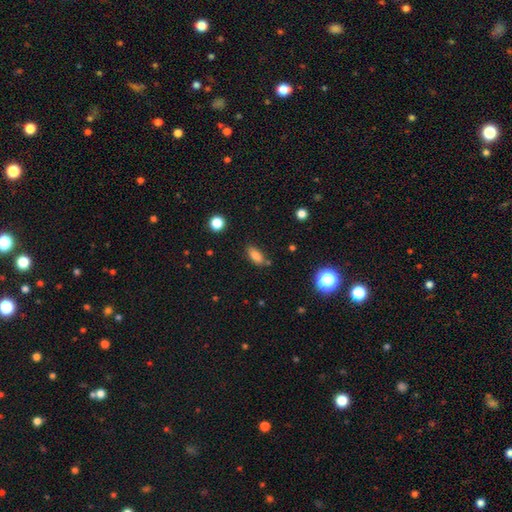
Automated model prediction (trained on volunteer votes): The model was most divided on "merging": none: 76%, minor disturbance: 15%, merger: 5%, major disturbance: 4%. More confident: how rounded — in between (83%); smooth or featured — smooth (80%).